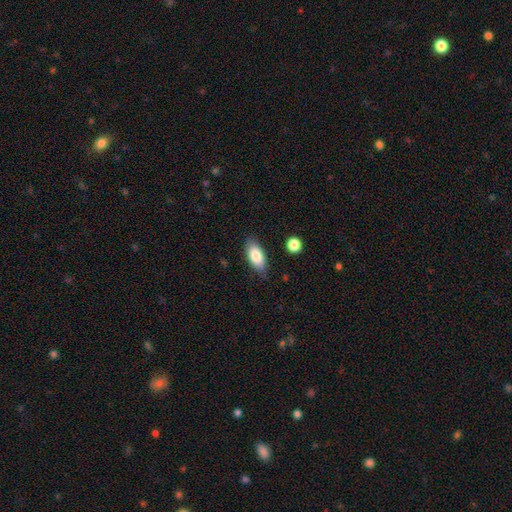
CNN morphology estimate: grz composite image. It shows a smooth galaxy with no disk features (83%) that is in between round and cigar-shaped (89%). Merging: none (81%).